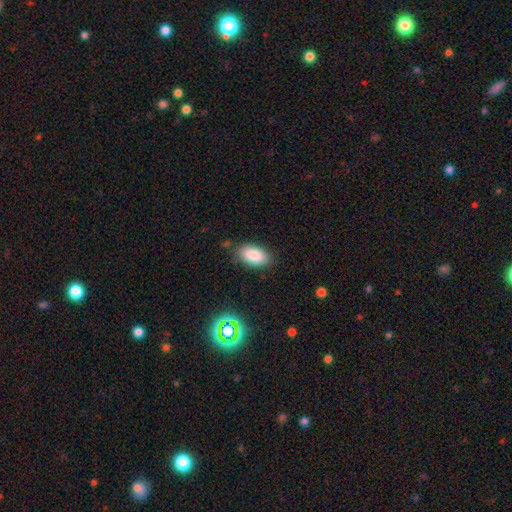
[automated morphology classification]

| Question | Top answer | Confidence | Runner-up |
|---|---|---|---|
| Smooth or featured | smooth | 85% | star or artifact (8%) |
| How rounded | in between | 94% | round (3%) |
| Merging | none | 83% | minor disturbance (13%) |